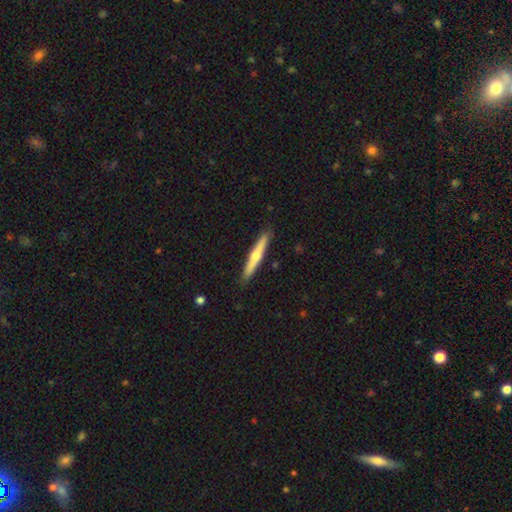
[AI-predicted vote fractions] The model was most divided on "smooth or featured": featured or disk: 56%, smooth: 38%, star or artifact: 5%. More confident: edge-on disk — yes (96%); merging — none (90%); edge-on bulge — rounded (86%).